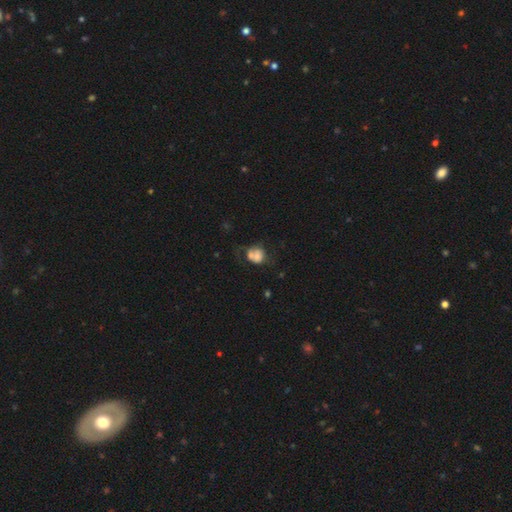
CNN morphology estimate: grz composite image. It shows a smooth galaxy with no disk features (61%) that is round (58%). Merging: merger (40%).